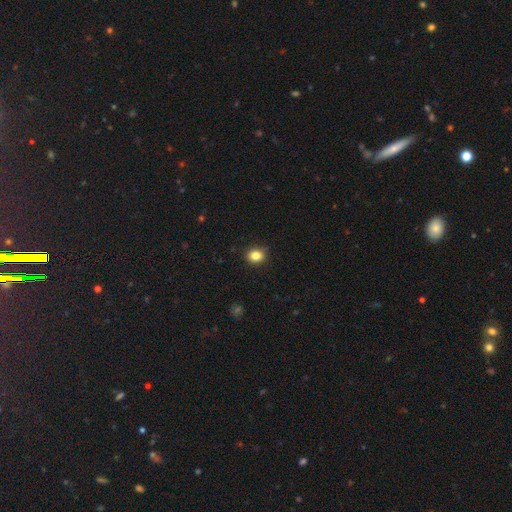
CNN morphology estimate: Smooth or featured? smooth (84%)
How rounded? round (69%)
Merging? none (87%)